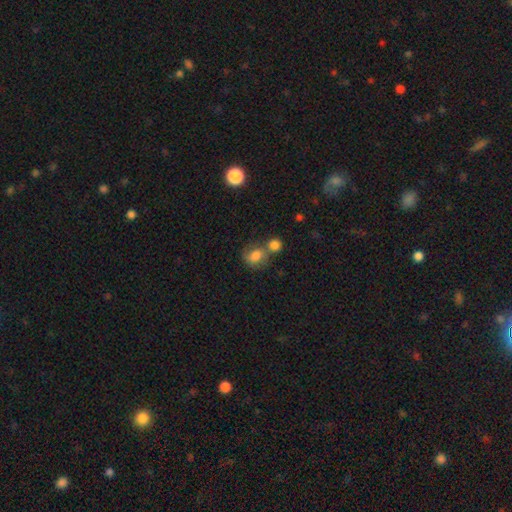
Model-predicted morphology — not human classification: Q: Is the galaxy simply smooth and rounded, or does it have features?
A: smooth — 76%.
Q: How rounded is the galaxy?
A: round — 57%.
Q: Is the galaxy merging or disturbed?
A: merger — 41%.